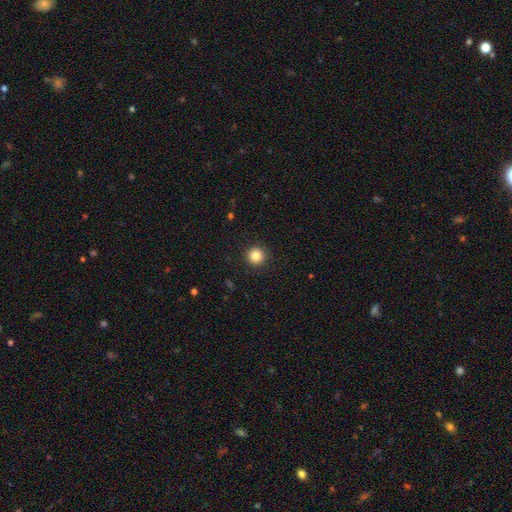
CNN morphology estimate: Smooth or featured?
  - smooth: 84% *
  - star or artifact: 11%
  - featured or disk: 5%
How rounded?
  - round: 95% *
  - in between: 4%
  - cigar-shaped: 1%
Merging?
  - none: 93% *
  - minor disturbance: 5%
  - major disturbance: 2%
  - merger: 1%